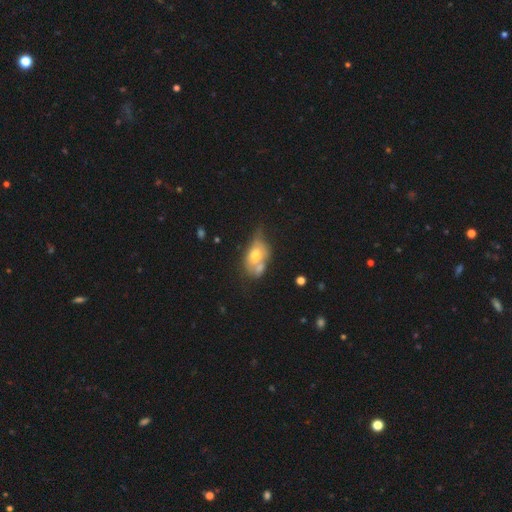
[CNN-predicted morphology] Smooth or featured? Predicted: smooth (p=0.54). How rounded? Predicted: in between (p=0.82). Merging? Predicted: merger (p=0.38).